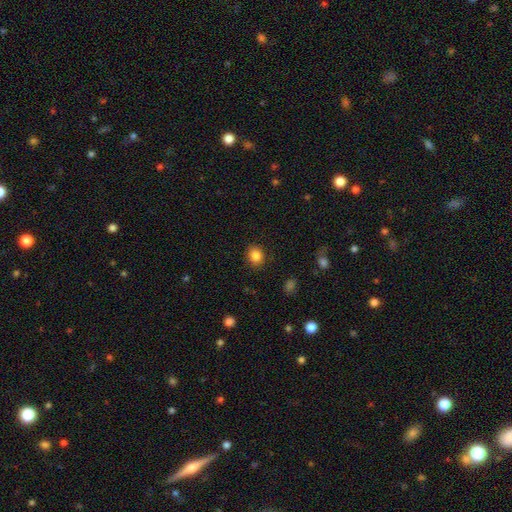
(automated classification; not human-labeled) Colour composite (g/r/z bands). It shows a smooth galaxy with no disk features (86%) that is round (64%). Merging: none (88%).